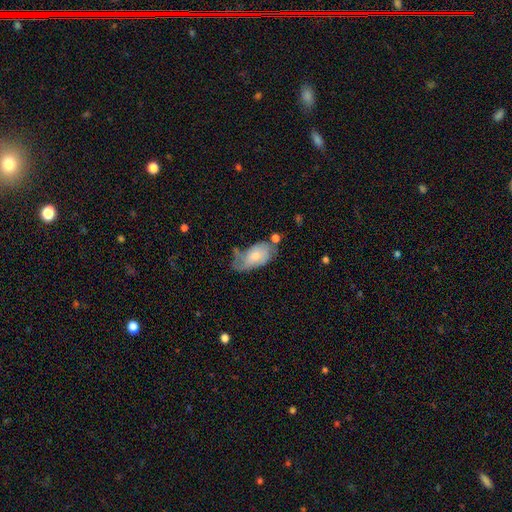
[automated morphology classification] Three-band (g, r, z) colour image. It shows a smooth galaxy with no disk features (53%) that is in between round and cigar-shaped (92%). Merging: none (33%, tied with minor disturbance).